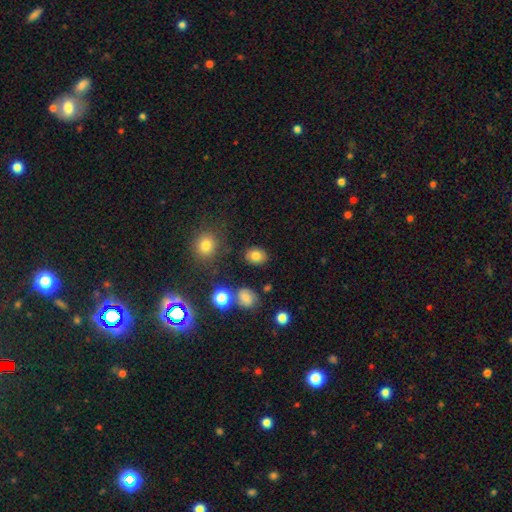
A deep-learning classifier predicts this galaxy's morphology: type=smooth (80%); roundness=in between (50%); merging=none (84%).